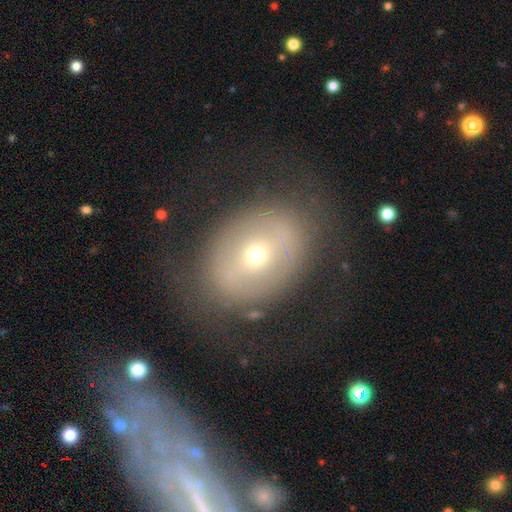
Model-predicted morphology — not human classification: A featured or disk galaxy (49%).

Vote fractions:
- Smooth or featured? featured or disk: 49% / smooth: 41% / star or artifact: 10%
- Merging? none: 74% / minor disturbance: 13% / major disturbance: 10% / merger: 3%